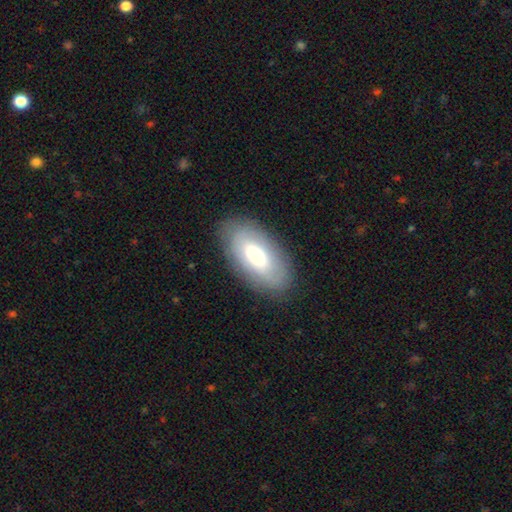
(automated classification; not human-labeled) smooth_or_featured: smooth (p=0.62) [alt: featured or disk p=0.31]
how_rounded: in between (p=0.92) [alt: cigar-shaped p=0.05]
merging: none (p=0.86) [alt: minor disturbance p=0.10]